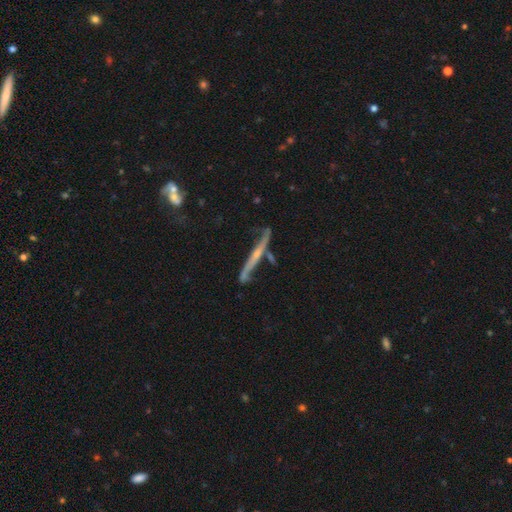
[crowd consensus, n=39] smooth_or_featured: featured or disk (p=0.82) [alt: smooth p=0.15]
disk_edge_on: yes (p=0.81) [alt: no p=0.19]
edge_on_bulge: rounded (p=0.73) [alt: none p=0.27]
merging: none (p=0.50) [alt: minor disturbance p=0.34]